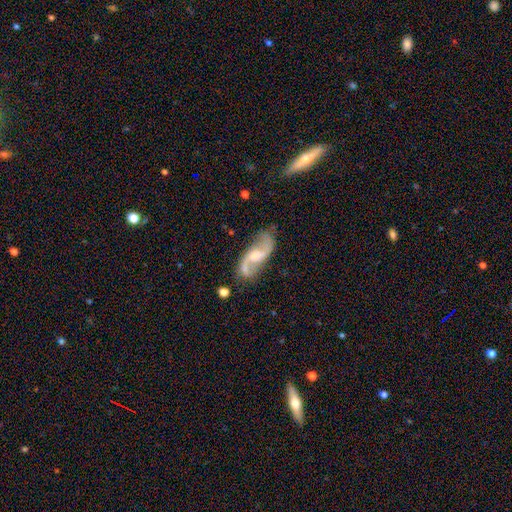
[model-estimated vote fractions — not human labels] A featured or disk galaxy (88%) with a weak bar (47%), 2 (93%) loose (66%) spiral arms (96%) and a moderate central bulge (47%).

Vote fractions:
- Smooth or featured? featured or disk: 88% / smooth: 7% / star or artifact: 5%
- Edge-on disk? no: 95% / yes: 5%
- Bar? weak: 47% / no: 40% / strong: 13%
- Spiral arms? yes: 96% / no: 4%
- Spiral winding? loose: 66% / medium: 28% / tight: 6%
- Spiral arm count? 2: 93% / can't tell: 2% / 1: 2% / 3: 1% / 4: 1% / more than 4: 1%
- Bulge size? moderate: 47% / small: 39% / none: 8% / large: 5% / dominant: 1%
- Merging? none: 74% / minor disturbance: 16% / major disturbance: 6% / merger: 4%